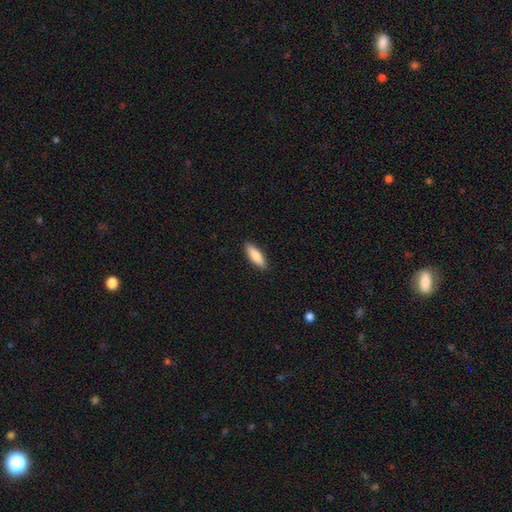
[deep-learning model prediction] smooth_or_featured: smooth (p=0.84) [alt: featured or disk p=0.11]
how_rounded: in between (p=0.51) [alt: cigar-shaped p=0.47]
merging: none (p=0.90) [alt: minor disturbance p=0.08]